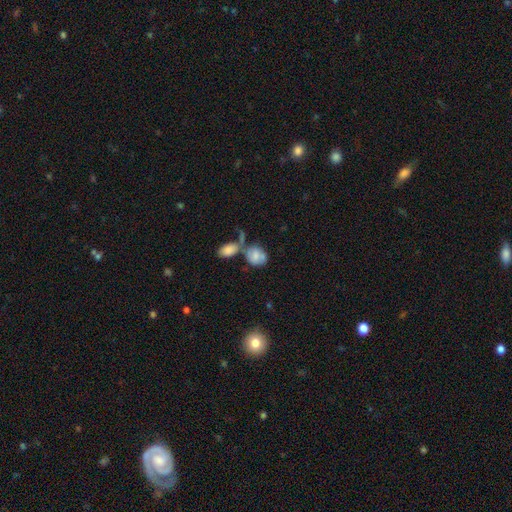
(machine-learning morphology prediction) Overall: smooth (67%). How rounded: in between (60%; round 38%). Merging: merger (43%; none 30%).